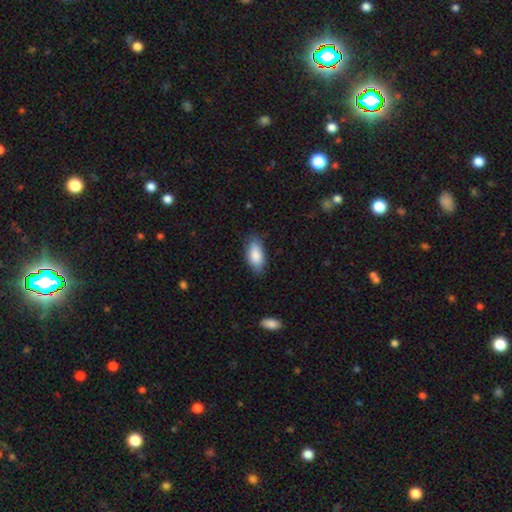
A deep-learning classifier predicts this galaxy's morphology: Overall: smooth (86%). How rounded: in between (89%). Merging: none (80%).